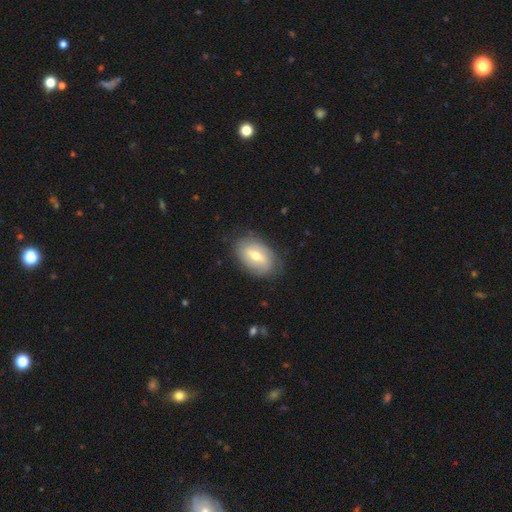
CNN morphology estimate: Overall: smooth (47%; featured or disk 46%). Merging: none (80%).